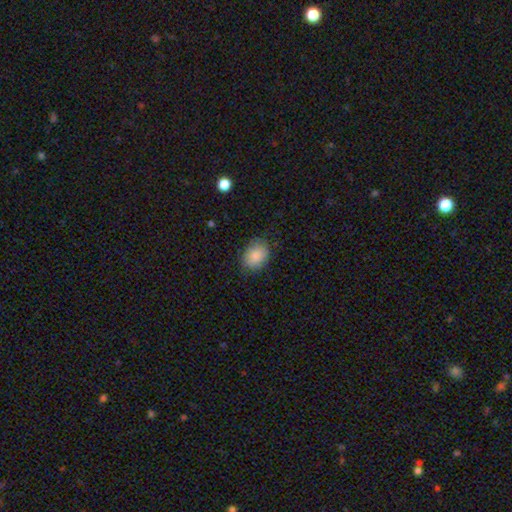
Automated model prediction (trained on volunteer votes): A smooth galaxy with no disk features (86%) that is in between round and cigar-shaped (62%). Merging: none (79%).